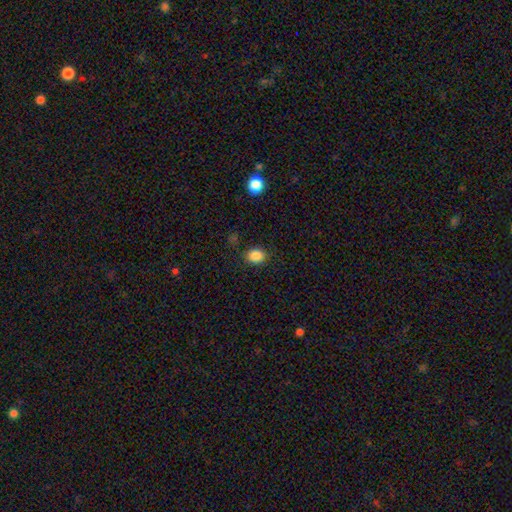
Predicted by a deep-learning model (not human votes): Smooth or featured? smooth (86%)
How rounded? round (61%)
Merging? none (84%)